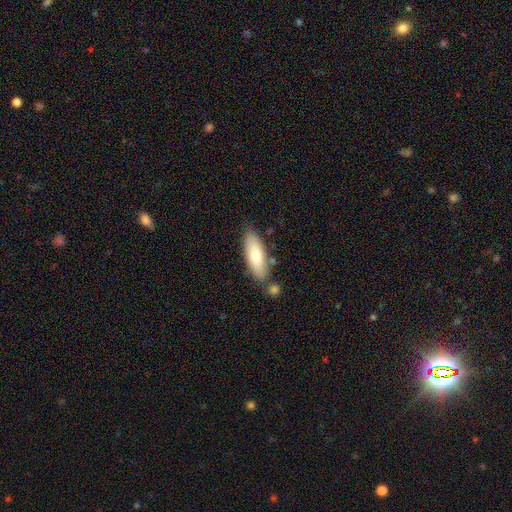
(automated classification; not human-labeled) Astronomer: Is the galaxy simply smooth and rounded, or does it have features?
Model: smooth — 71%.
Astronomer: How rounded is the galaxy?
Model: in between — 64%.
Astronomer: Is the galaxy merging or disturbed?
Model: none — 74%.